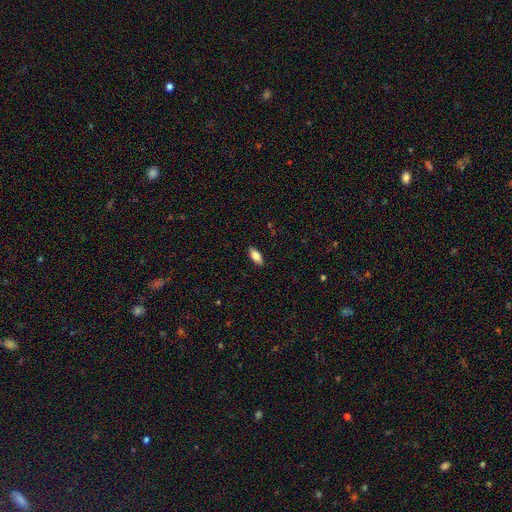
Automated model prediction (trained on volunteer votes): Q: Smooth or featured?
A: smooth (84%); runner-up: featured or disk (10%)
Q: How rounded?
A: in between (85%); runner-up: cigar-shaped (12%)
Q: Merging?
A: none (88%); runner-up: minor disturbance (9%)